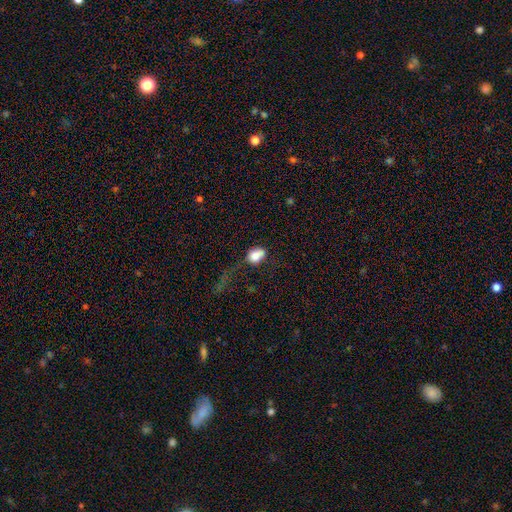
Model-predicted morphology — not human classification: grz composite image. It shows a smooth galaxy with no disk features (79%) that is in between round and cigar-shaped (69%). Merging: major disturbance (37%).